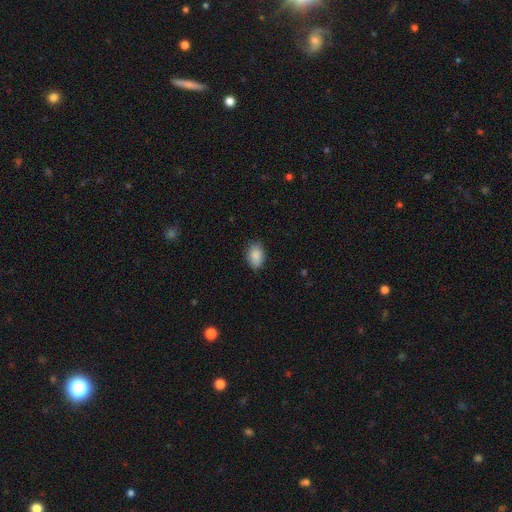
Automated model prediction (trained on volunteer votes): smooth-or-featured: smooth: 89% | star or artifact: 7% | featured or disk: 4%
  how-rounded: in between: 88% | round: 11% | cigar-shaped: 1%
  merging: none: 81% | minor disturbance: 15% | major disturbance: 3% | merger: 1%